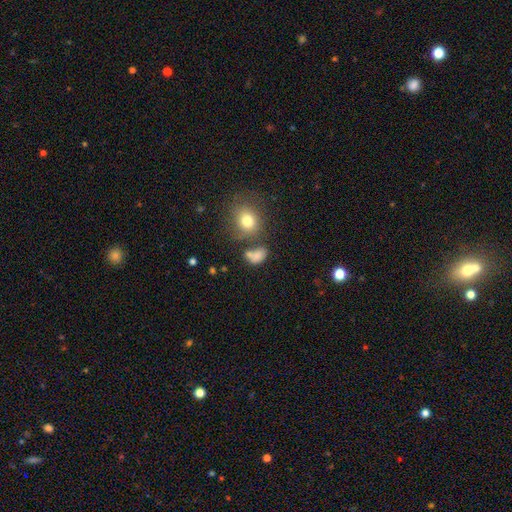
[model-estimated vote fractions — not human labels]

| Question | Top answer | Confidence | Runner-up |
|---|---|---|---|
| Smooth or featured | smooth | 76% | star or artifact (14%) |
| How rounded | in between | 73% | round (25%) |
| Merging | none | 38% | merger (30%) |